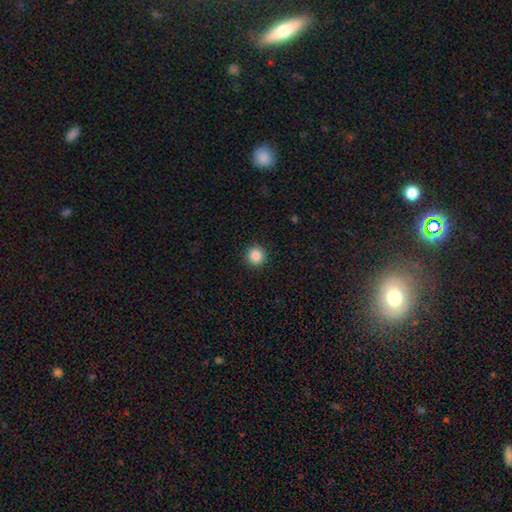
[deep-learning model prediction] The model was most divided on "smooth or featured": smooth: 87%, star or artifact: 10%, featured or disk: 3%. More confident: how rounded — round (95%); merging — none (92%).